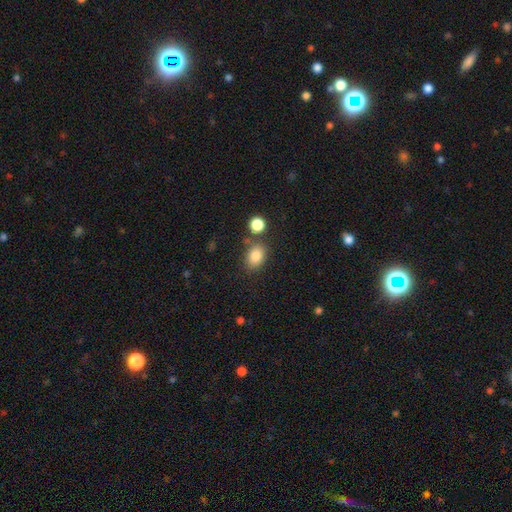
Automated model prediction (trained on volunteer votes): A smooth galaxy with no disk features (84%) that is in between round and cigar-shaped (69%). Merging: none (70%).